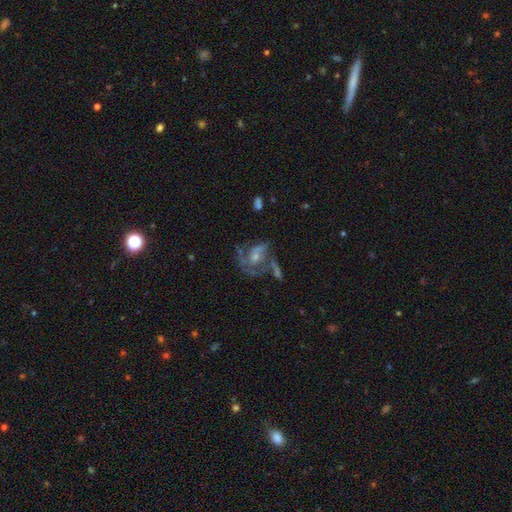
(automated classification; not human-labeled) The model was most divided on "bulge size": small: 48%, moderate: 40%, none: 7%, large: 3%, dominant: 1%. Remaining: edge-on disk — no (97%); spiral arms — yes (83%); smooth or featured — featured or disk (75%); bar — no (55%); spiral winding — medium (49%); spiral arm count — 2 (45%); merging — none (44%).